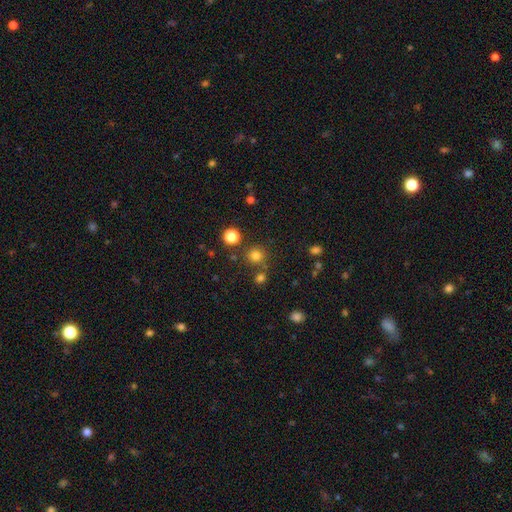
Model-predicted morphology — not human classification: type=smooth (78%); roundness=round (92%); merging=none (80%).